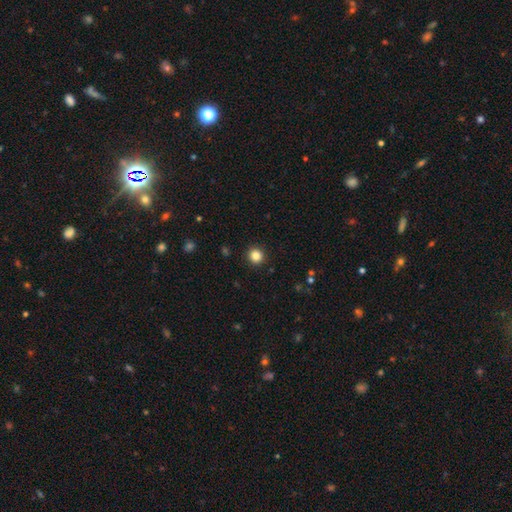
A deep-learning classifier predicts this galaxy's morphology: This is clearly a smooth galaxy (85%). How rounded: clearly round (93%). Merging: clearly none (93%).